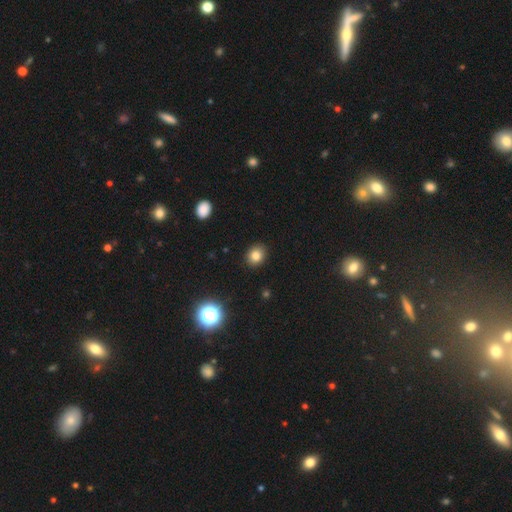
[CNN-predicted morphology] A smooth galaxy with no disk features (81%) that is round (66%). Merging: none (90%).